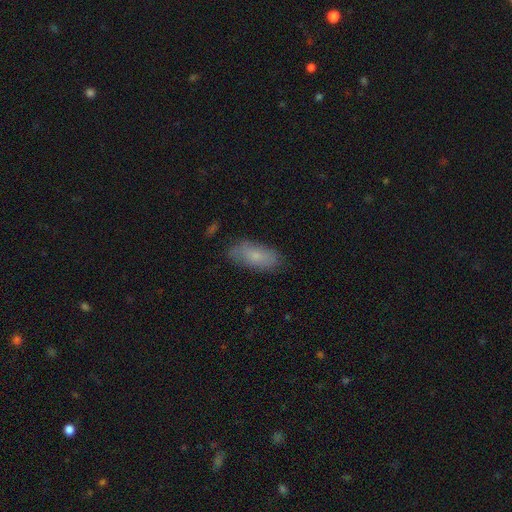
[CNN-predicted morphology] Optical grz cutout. It shows a smooth galaxy with no disk features (73%) that is in between round and cigar-shaped (85%). Merging: none (77%).